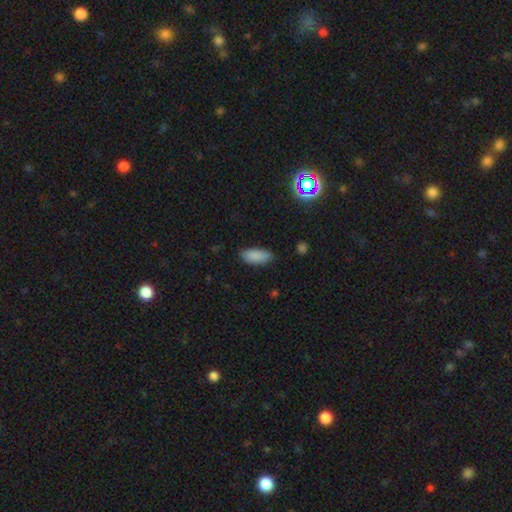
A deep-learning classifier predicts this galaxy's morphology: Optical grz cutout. It shows a smooth galaxy with no disk features (87%) that is in between round and cigar-shaped (86%). Merging: none (82%).